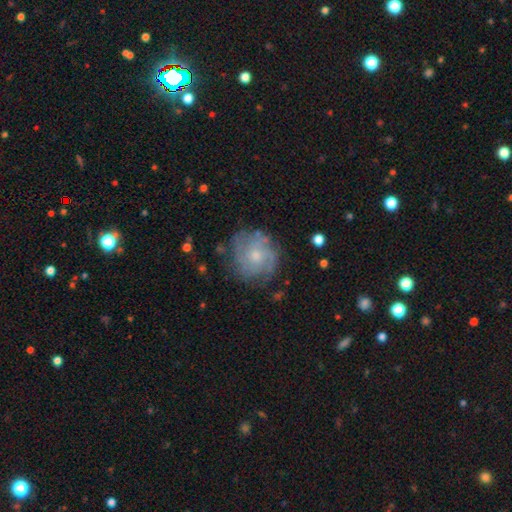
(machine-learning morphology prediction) featured or disk 70%, smooth 23%, star or artifact 7%. Down the decision tree: edge-on disk — no (98%); bar — no (78%); spiral arms — yes (85%); spiral arm count — can't tell (40%); spiral winding — tight (53%); bulge size — small (49%); merging — none (73%).